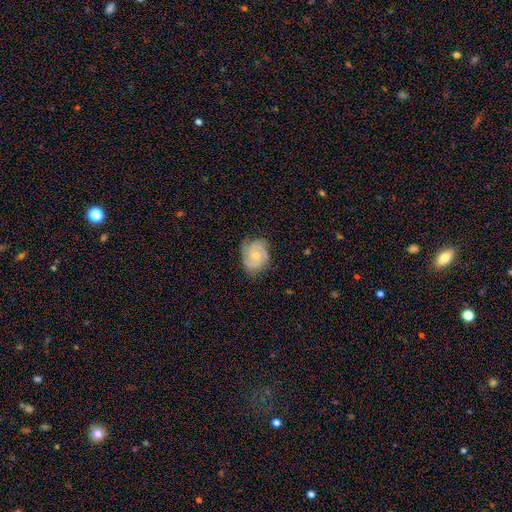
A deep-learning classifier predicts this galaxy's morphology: Overall: featured or disk (74%). Edge-on disk: no (98%). Bar: no (76%). Spiral arms: yes (94%). Spiral arm count: 3 (34%; 2 31%). Spiral winding: tight (56%; medium 36%). Bulge size: small (57%; moderate 39%). Merging: none (70%).